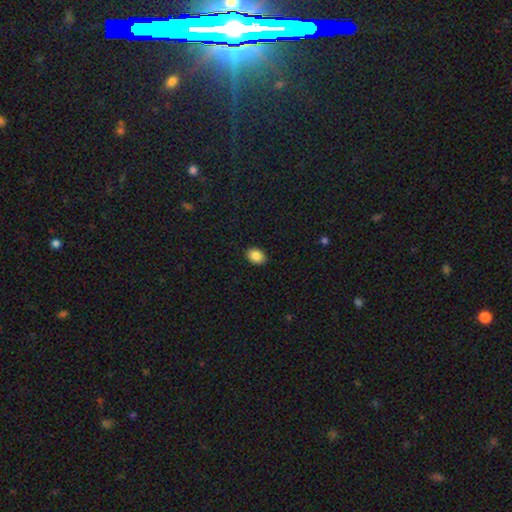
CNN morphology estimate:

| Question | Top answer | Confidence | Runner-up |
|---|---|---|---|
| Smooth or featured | smooth | 87% | star or artifact (8%) |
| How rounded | in between | 77% | round (22%) |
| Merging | none | 90% | minor disturbance (8%) |